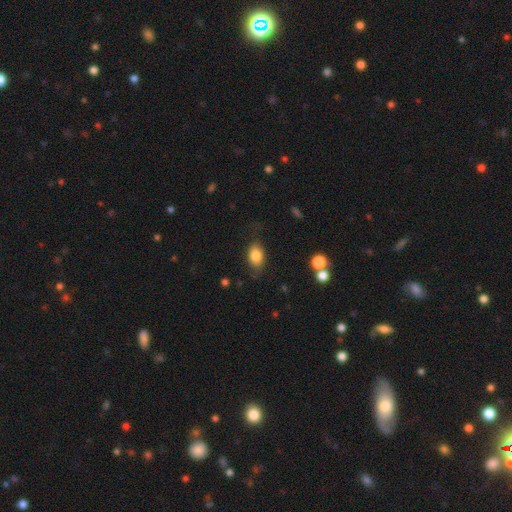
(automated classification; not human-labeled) A smooth galaxy with no disk features (81%) that is in between round and cigar-shaped (83%). Merging: none (73%).